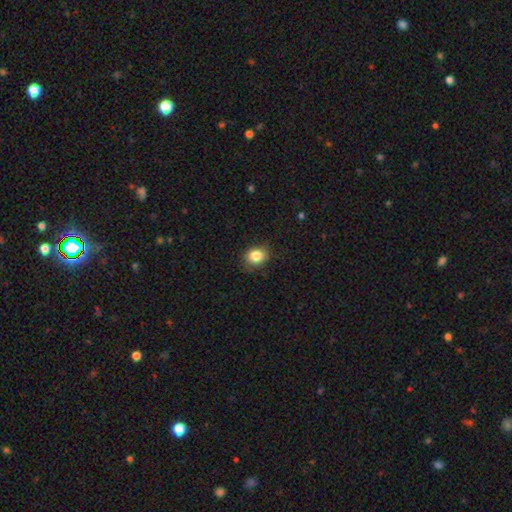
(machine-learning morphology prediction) Q: Smooth or featured?
A: smooth (84%); runner-up: star or artifact (10%)
Q: How rounded?
A: round (56%); runner-up: in between (43%)
Q: Merging?
A: none (81%); runner-up: minor disturbance (15%)